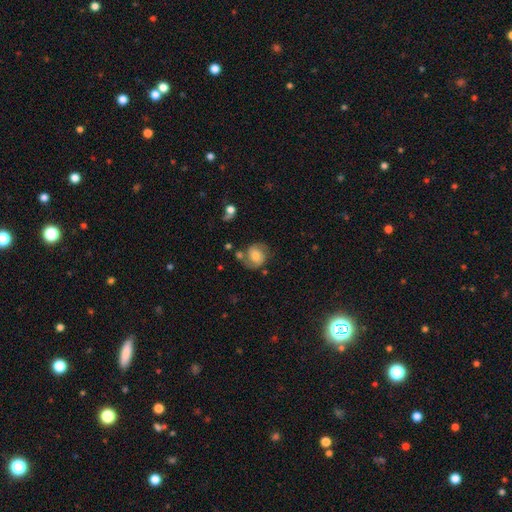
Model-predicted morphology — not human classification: smooth_or_featured: featured or disk (p=0.53) [alt: smooth p=0.39]
disk_edge_on: no (p=0.97) [alt: yes p=0.03]
bar: no (p=0.58) [alt: weak p=0.33]
has_spiral_arms: yes (p=0.86) [alt: no p=0.14]
bulge_size: moderate (p=0.46) [alt: small p=0.26]
merging: none (p=0.59) [alt: minor disturbance p=0.21]